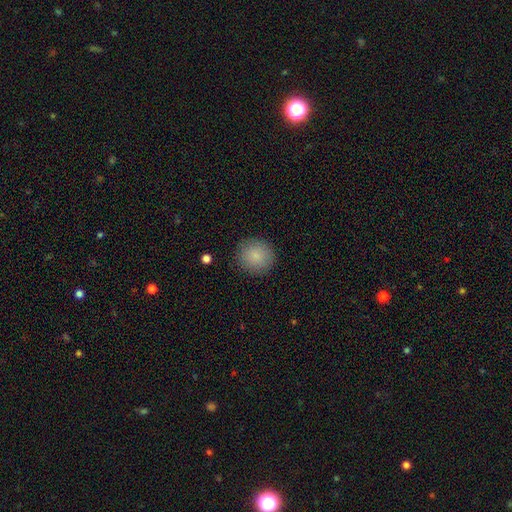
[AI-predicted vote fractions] Smooth or featured: smooth — 87% (star or artifact — 8%)
How rounded: round — 87% (in between — 12%)
Merging: none — 89% (minor disturbance — 8%)